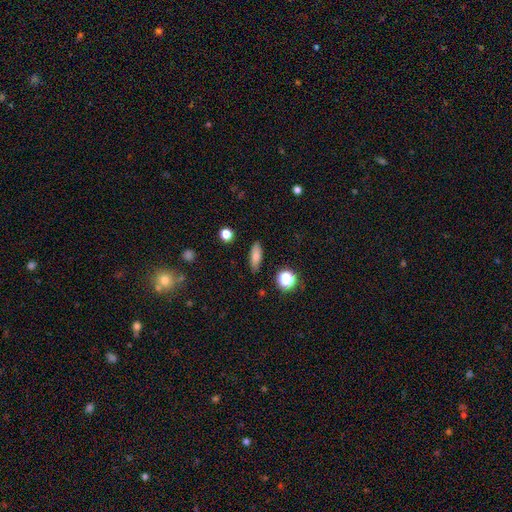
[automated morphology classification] A smooth galaxy with no disk features (79%) that is in between round and cigar-shaped (56%). Merging: none (86%).